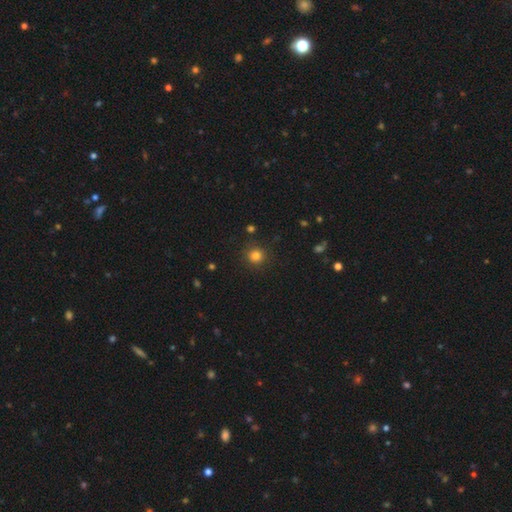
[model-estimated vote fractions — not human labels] A smooth galaxy with no disk features (82%) that is round (93%). Merging: none (89%).